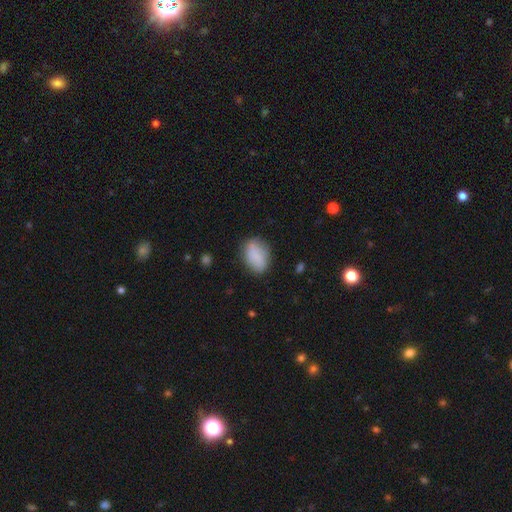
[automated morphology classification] smooth 82%, featured or disk 11%, star or artifact 8%. Down the decision tree: how rounded — in between (86%); merging — none (70%).